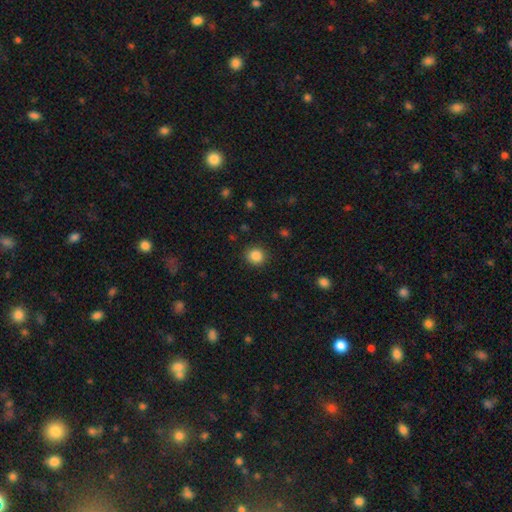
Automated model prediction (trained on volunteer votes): A smooth galaxy with no disk features (86%) that is round (89%).

Vote fractions:
- Smooth or featured? smooth: 86% / star or artifact: 11% / featured or disk: 4%
- How rounded? round: 89% / in between: 10% / cigar-shaped: 1%
- Merging? none: 90% / minor disturbance: 7% / major disturbance: 2% / merger: 1%